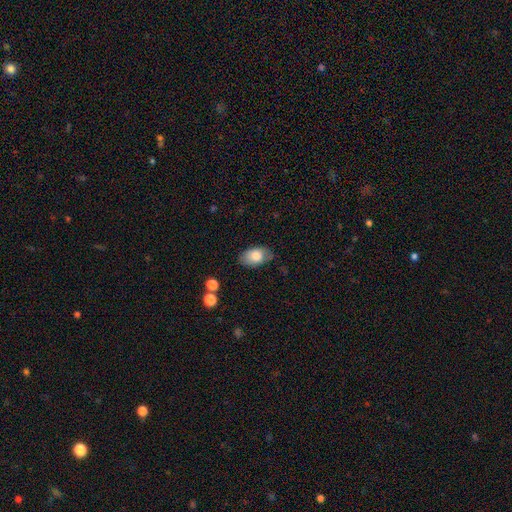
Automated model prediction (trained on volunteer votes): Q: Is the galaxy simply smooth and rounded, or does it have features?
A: smooth — 79%.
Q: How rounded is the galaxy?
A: in between — 90%.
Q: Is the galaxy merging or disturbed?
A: none — 72%.